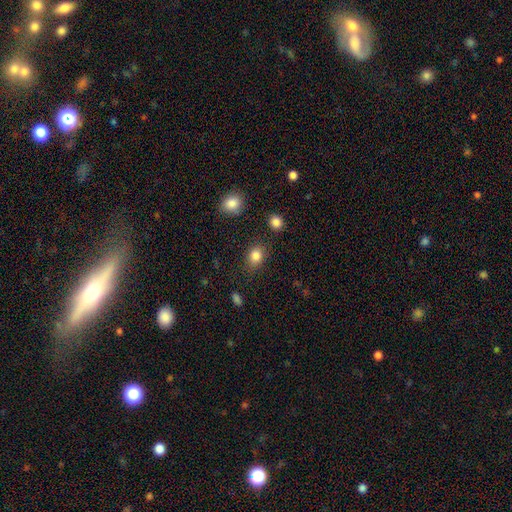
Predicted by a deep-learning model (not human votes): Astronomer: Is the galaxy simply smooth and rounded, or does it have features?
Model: smooth — 84%.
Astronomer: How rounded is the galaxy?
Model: in between — 55% (runner-up: round, 44%).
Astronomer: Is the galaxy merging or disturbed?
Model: none — 80%.